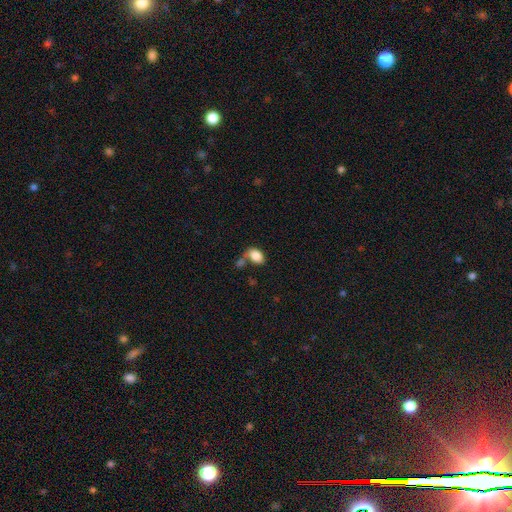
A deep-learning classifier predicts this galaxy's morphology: smooth-or-featured: smooth: 84% | featured or disk: 8% | star or artifact: 8%
  how-rounded: in between: 86% | round: 13% | cigar-shaped: 1%
  merging: none: 43% | merger: 32% | minor disturbance: 16% | major disturbance: 9%